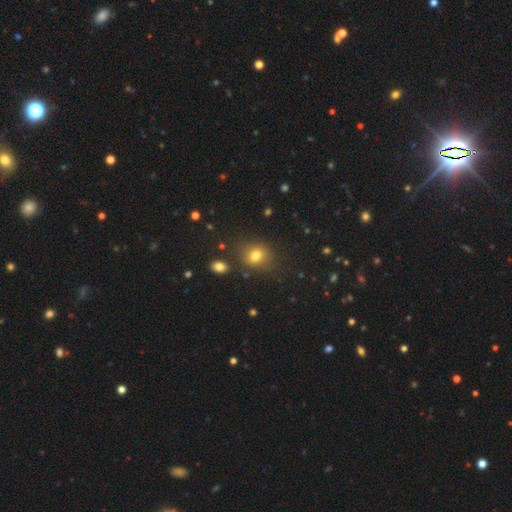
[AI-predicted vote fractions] Q: Smooth or featured?
A: smooth (76%); runner-up: star or artifact (15%)
Q: How rounded?
A: round (62%); runner-up: in between (37%)
Q: Merging?
A: none (78%); runner-up: minor disturbance (13%)